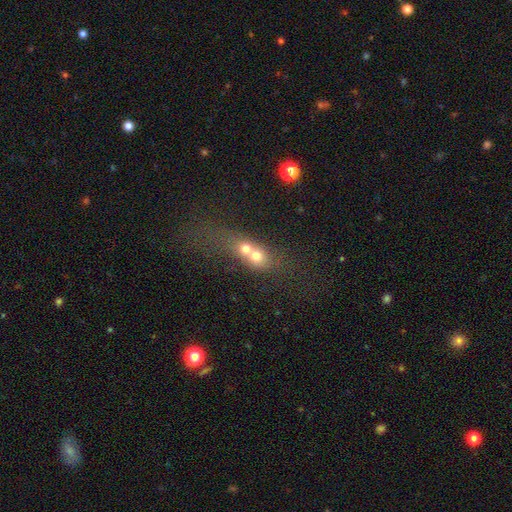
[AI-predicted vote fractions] Overall: smooth (60%; featured or disk 27%). How rounded: round (52%; in between 39%). Merging: merger (75%).